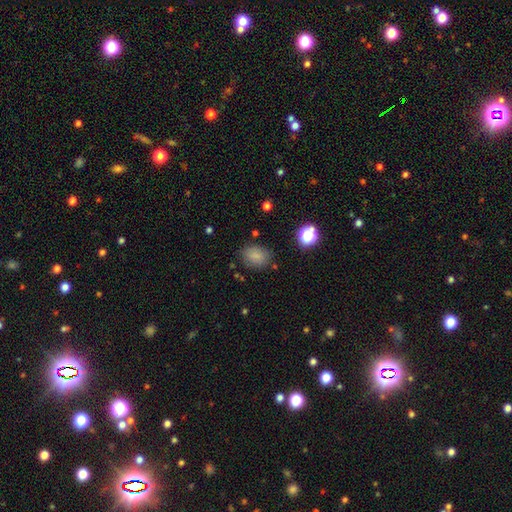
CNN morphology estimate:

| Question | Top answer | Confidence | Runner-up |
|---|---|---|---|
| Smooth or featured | smooth | 81% | star or artifact (12%) |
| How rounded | in between | 60% | round (39%) |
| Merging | none | 77% | minor disturbance (16%) |